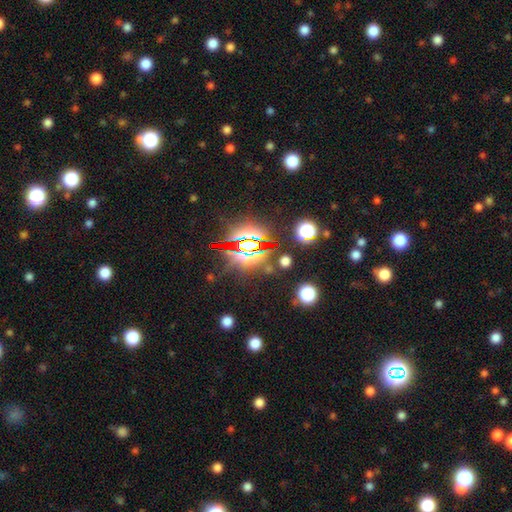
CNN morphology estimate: Smooth or featured? star or artifact (81%)